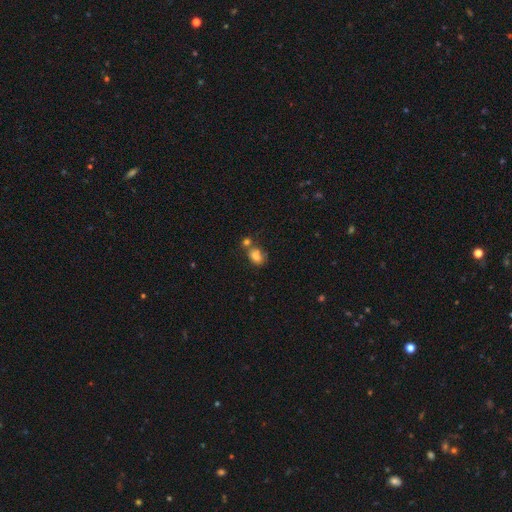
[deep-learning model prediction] A smooth galaxy with no disk features (79%) that is in between round and cigar-shaped (67%). Merging: none (43%).